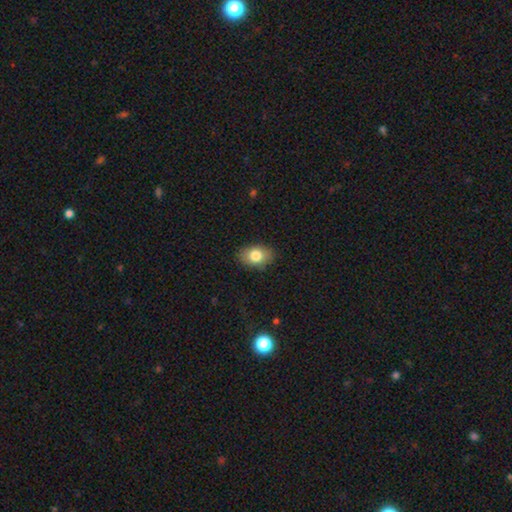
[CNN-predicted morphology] smooth-or-featured: smooth: 80% | featured or disk: 11% | star or artifact: 8%
  how-rounded: in between: 79% | round: 19% | cigar-shaped: 1%
  merging: none: 86% | minor disturbance: 11% | major disturbance: 3% | merger: 1%